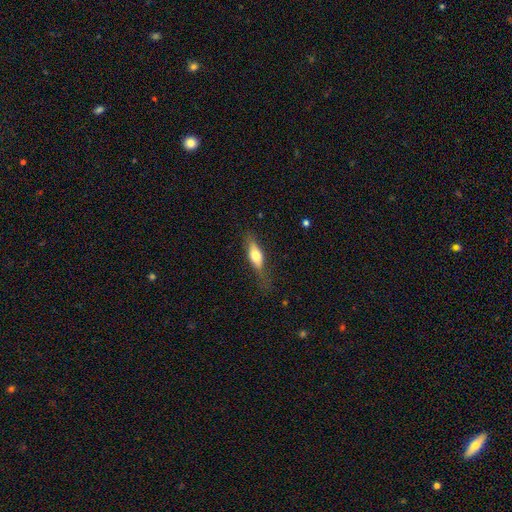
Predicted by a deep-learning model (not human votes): Smooth or featured: smooth — 63% (featured or disk — 31%)
How rounded: in between — 59% (cigar-shaped — 38%)
Merging: none — 68% (minor disturbance — 22%)